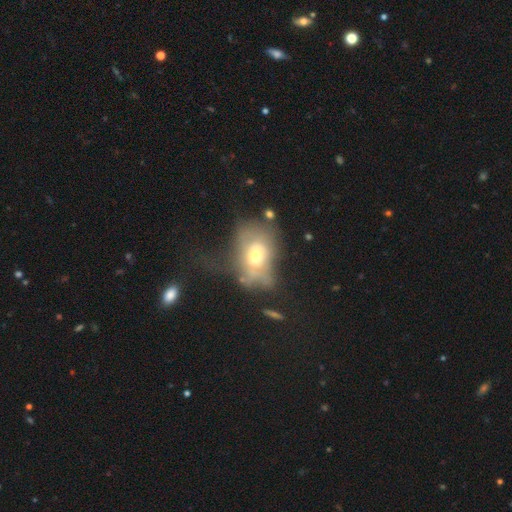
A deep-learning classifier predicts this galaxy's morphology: smooth_or_featured: smooth (p=0.51) [alt: featured or disk p=0.39]
how_rounded: in between (p=0.77) [alt: round p=0.21]
merging: major disturbance (p=0.36) [alt: none p=0.29]